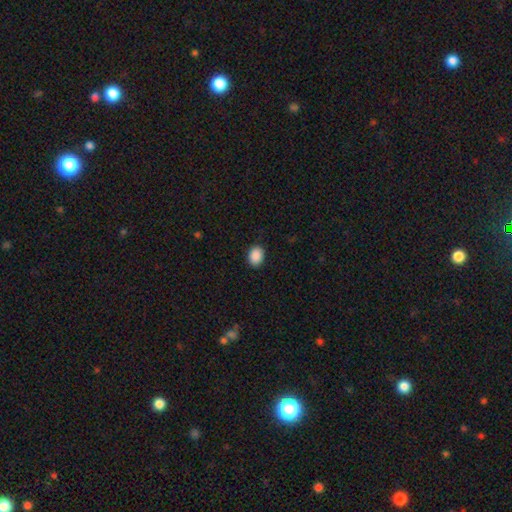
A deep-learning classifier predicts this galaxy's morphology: Overall: smooth (90%). How rounded: in between (65%; round 35%). Merging: none (89%).